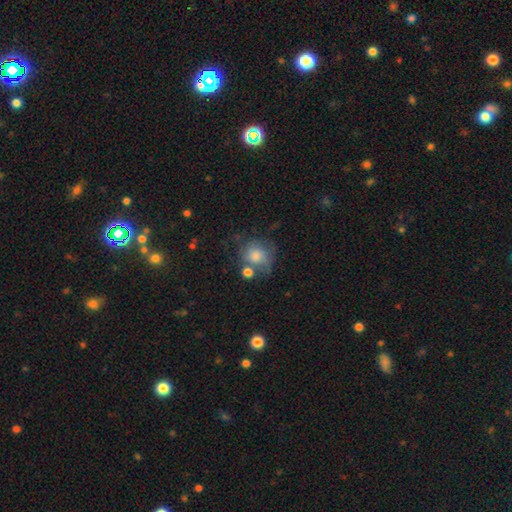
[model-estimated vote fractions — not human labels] Smooth or featured?
  - smooth: 72% *
  - featured or disk: 18%
  - star or artifact: 10%
How rounded?
  - round: 80% *
  - in between: 19%
  - cigar-shaped: 1%
Merging?
  - none: 51% *
  - minor disturbance: 23%
  - merger: 14%
  - major disturbance: 12%